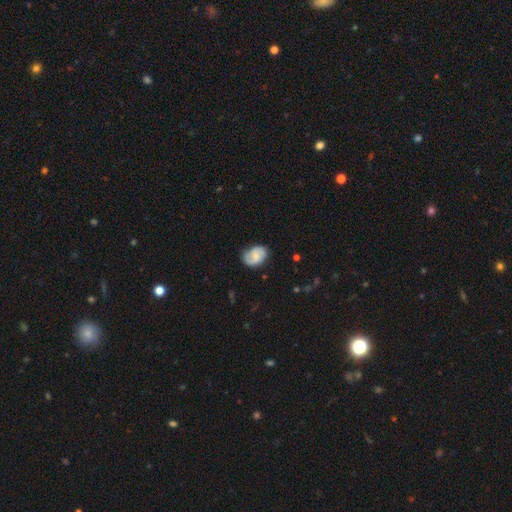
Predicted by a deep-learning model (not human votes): The model was most divided on "bulge size": small: 41%, moderate: 33%, none: 20%, large: 5%, dominant: 1%. More confident: edge-on disk — no (97%); spiral arms — yes (89%); merging — none (72%); smooth or featured — featured or disk (52%); bar — no (51%).